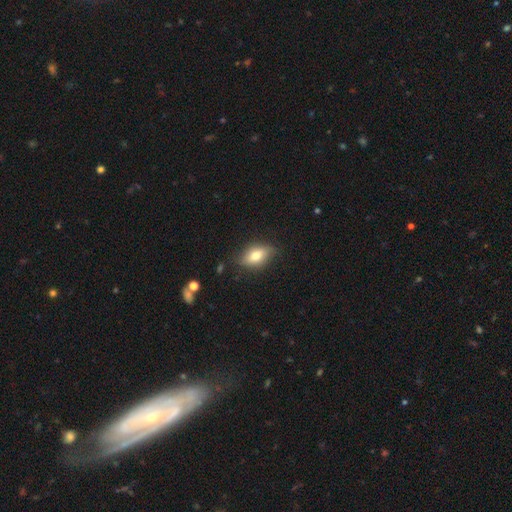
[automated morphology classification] Smooth or featured?
  - smooth: 66% *
  - featured or disk: 26%
  - star or artifact: 8%
How rounded?
  - in between: 83% *
  - cigar-shaped: 9%
  - round: 8%
Merging?
  - none: 77% *
  - minor disturbance: 18%
  - major disturbance: 4%
  - merger: 1%